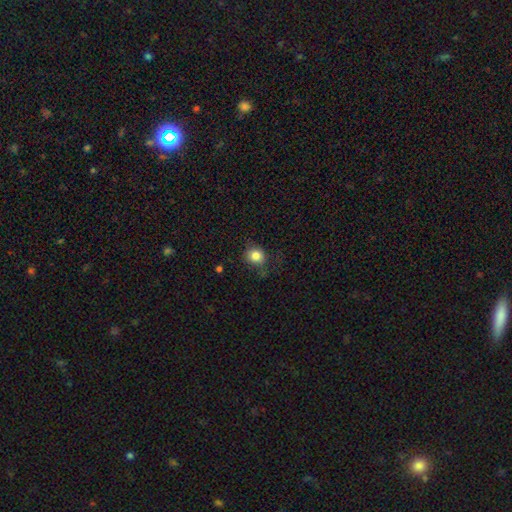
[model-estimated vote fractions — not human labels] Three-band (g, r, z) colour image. It shows a smooth galaxy with no disk features (82%) that is round (81%). Merging: none (72%).